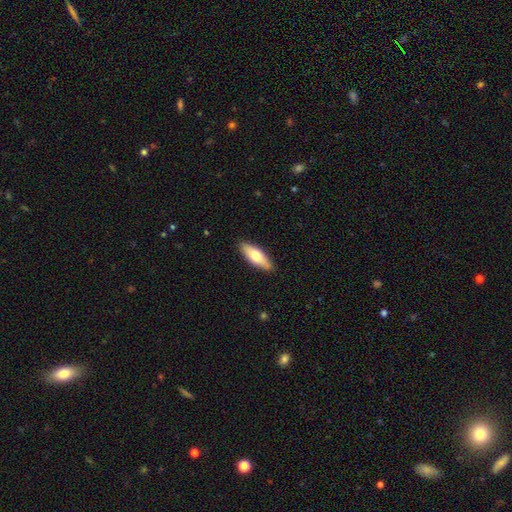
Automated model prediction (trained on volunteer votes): Smooth or featured: smooth — 65% (featured or disk — 30%)
How rounded: in between — 63% (cigar-shaped — 35%)
Merging: none — 88% (minor disturbance — 10%)